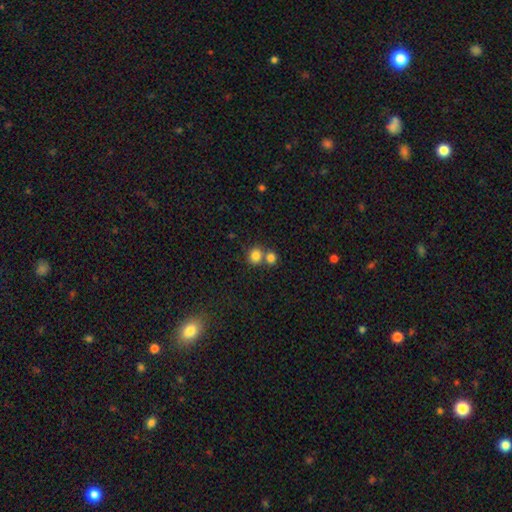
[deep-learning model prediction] smooth_or_featured: smooth (p=0.82) [alt: star or artifact p=0.11]
how_rounded: round (p=0.79) [alt: in between p=0.20]
merging: none (p=0.51) [alt: merger p=0.39]